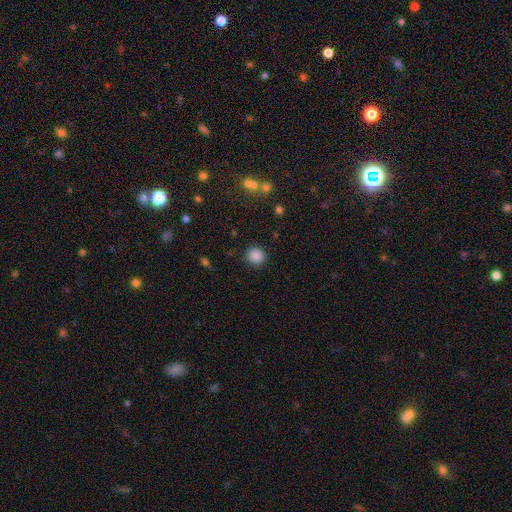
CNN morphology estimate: This appears to be a smooth galaxy with no disk features (86%) that is round (91%). Merging: none (89%).